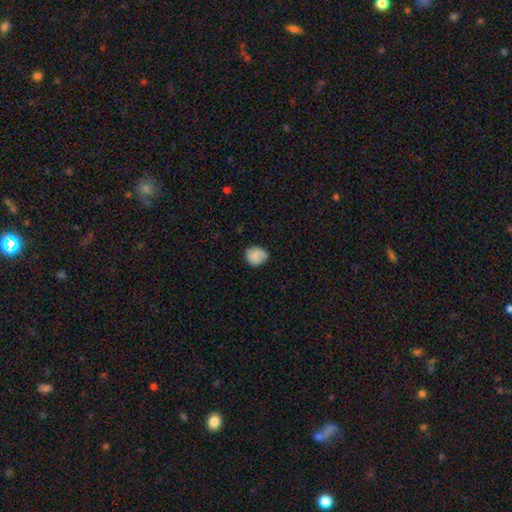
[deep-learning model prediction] Smooth or featured? smooth (81%)
How rounded? round (68%)
Merging? none (62%)